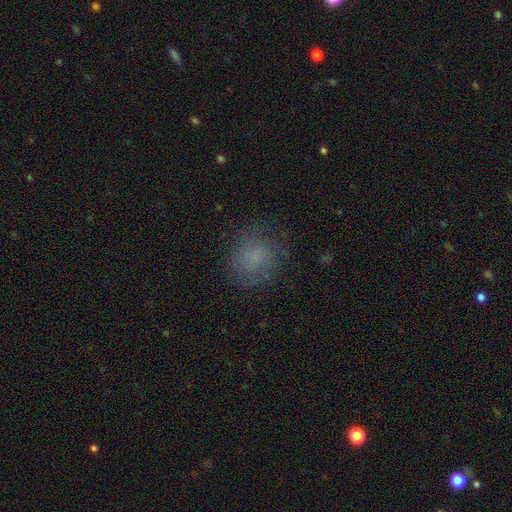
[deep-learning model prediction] This appears to be a smooth galaxy with no disk features (70%) that is round (76%). Merging: none (75%).